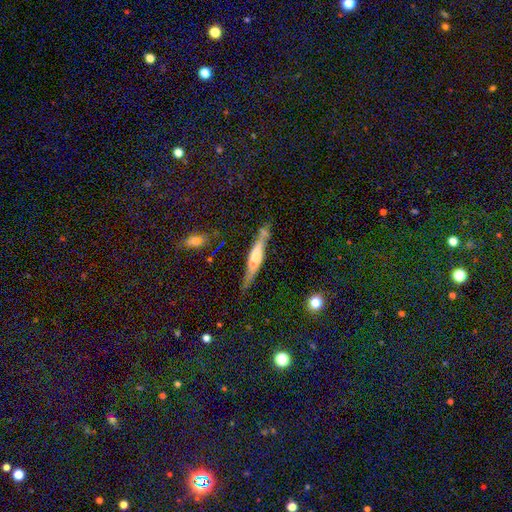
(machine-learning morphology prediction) smooth_or_featured: featured or disk (p=0.53) [alt: smooth p=0.40]
disk_edge_on: yes (p=0.89) [alt: no p=0.11]
merging: none (p=0.67) [alt: minor disturbance p=0.18]